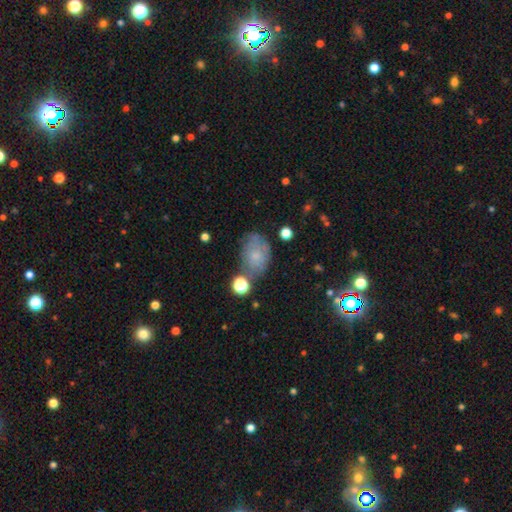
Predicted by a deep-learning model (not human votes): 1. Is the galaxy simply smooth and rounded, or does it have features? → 60% smooth, 26% featured or disk, 14% star or artifact.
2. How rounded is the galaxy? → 78% in between, 21% round, 1% cigar-shaped.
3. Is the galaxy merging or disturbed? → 49% none, 28% minor disturbance, 13% major disturbance, 9% merger.